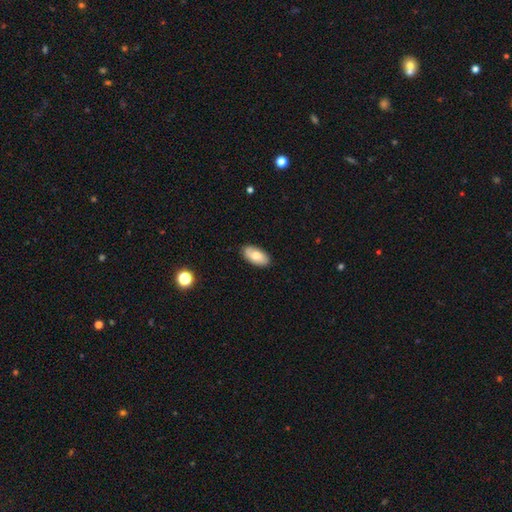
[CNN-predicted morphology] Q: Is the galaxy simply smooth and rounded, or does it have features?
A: smooth — 73%.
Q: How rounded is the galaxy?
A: in between — 94%.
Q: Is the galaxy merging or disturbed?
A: none — 87%.